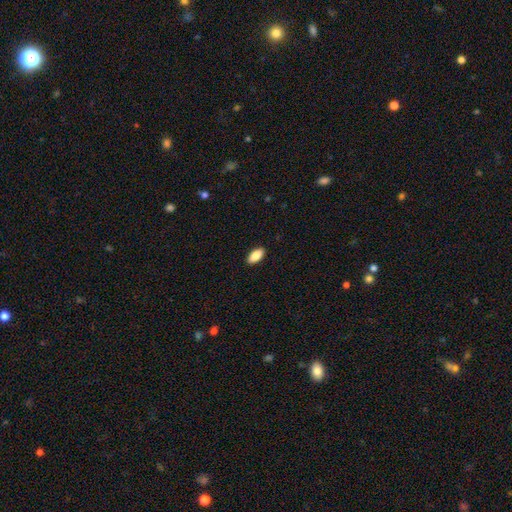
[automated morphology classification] Smooth or featured? smooth (88%)
How rounded? in between (90%)
Merging? none (90%)